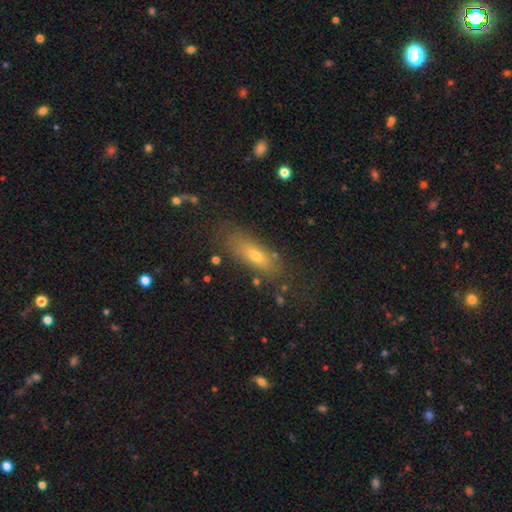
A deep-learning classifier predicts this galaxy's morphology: A smooth galaxy with no disk features (63%) that is in between round and cigar-shaped (58%).

Vote fractions:
- Smooth or featured? smooth: 63% / featured or disk: 27% / star or artifact: 10%
- How rounded? in between: 58% / cigar-shaped: 37% / round: 4%
- Merging? none: 73% / minor disturbance: 17% / major disturbance: 7% / merger: 3%